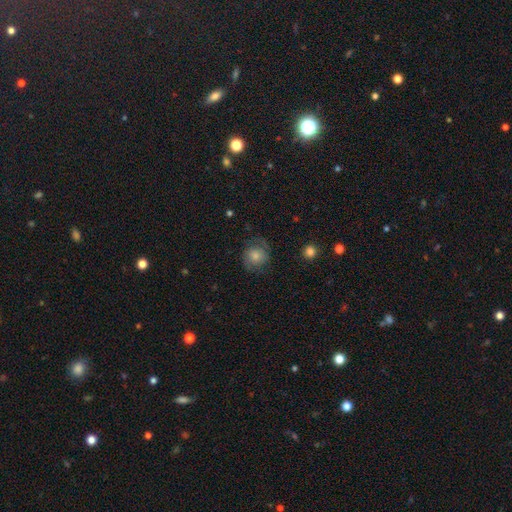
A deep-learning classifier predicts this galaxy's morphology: Smooth or featured? smooth (54%)
How rounded? round (84%)
Merging? none (69%)